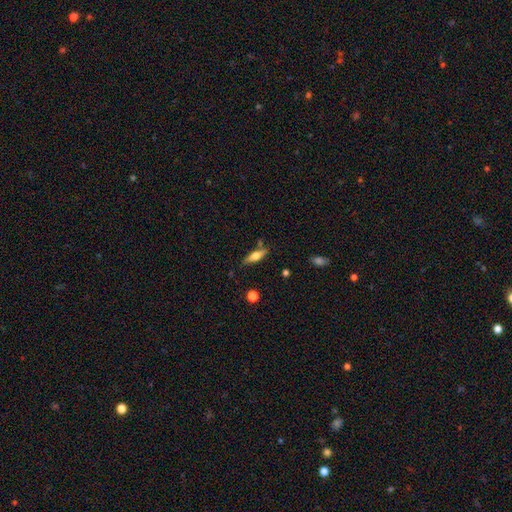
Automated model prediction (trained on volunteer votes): Smooth or featured? smooth (49%)
Merging? none (78%)